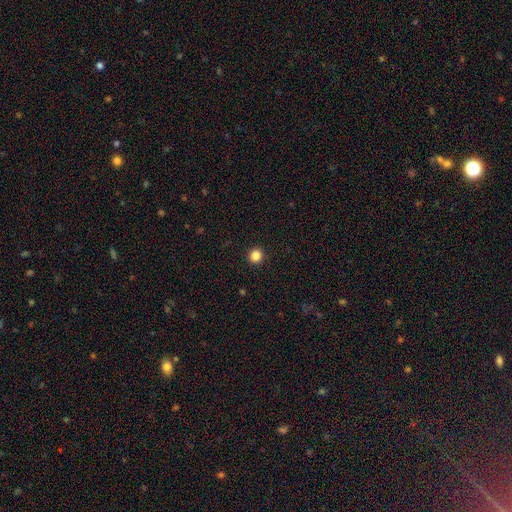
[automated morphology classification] A smooth galaxy with no disk features (85%) that is round (93%). Merging: none (93%).